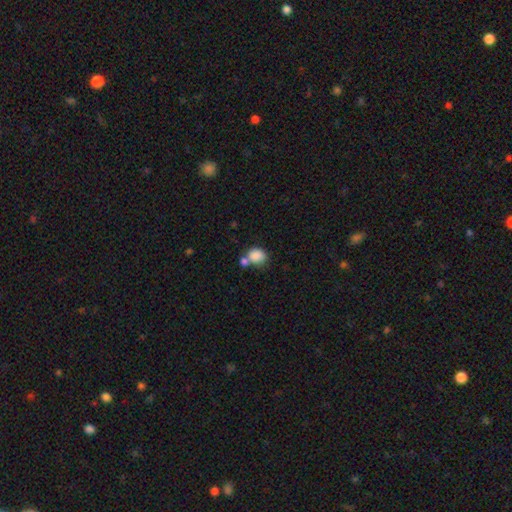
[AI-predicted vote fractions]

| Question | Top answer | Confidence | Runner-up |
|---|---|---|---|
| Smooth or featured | smooth | 85% | star or artifact (9%) |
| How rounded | round | 55% | in between (44%) |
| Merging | none | 44% | merger (39%) |